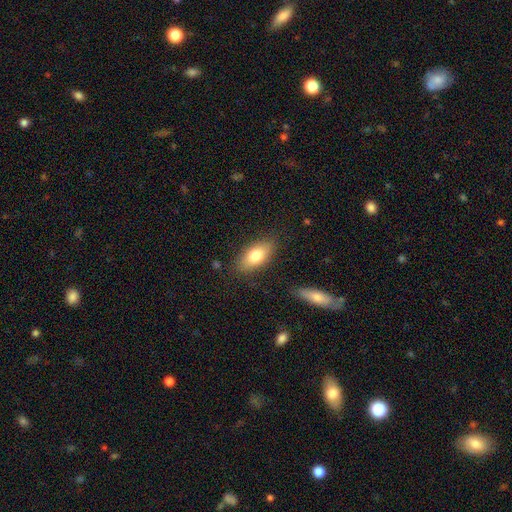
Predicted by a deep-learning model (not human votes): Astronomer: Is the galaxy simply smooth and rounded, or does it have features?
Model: smooth — 77%.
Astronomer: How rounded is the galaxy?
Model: in between — 87%.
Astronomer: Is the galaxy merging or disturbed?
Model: none — 83%.